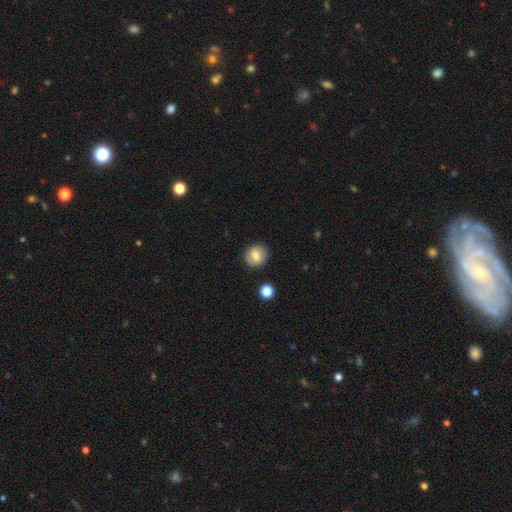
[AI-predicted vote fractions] The model was most divided on "smooth or featured": smooth: 74%, featured or disk: 17%, star or artifact: 9%. More confident: merging — none (88%); how rounded — round (81%).